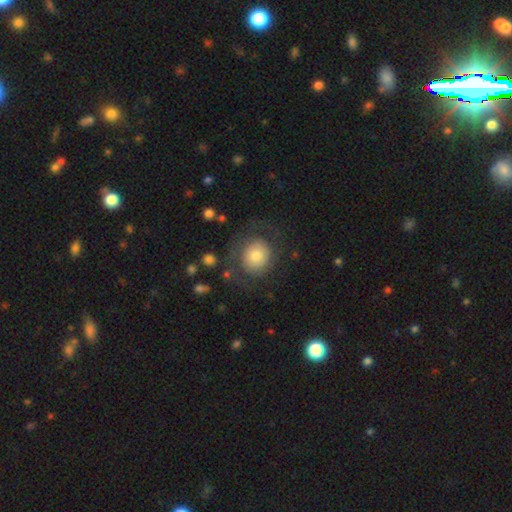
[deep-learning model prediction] Q: Smooth or featured?
A: smooth (65%); runner-up: featured or disk (28%)
Q: How rounded?
A: round (80%); runner-up: in between (19%)
Q: Merging?
A: none (67%); runner-up: major disturbance (17%)